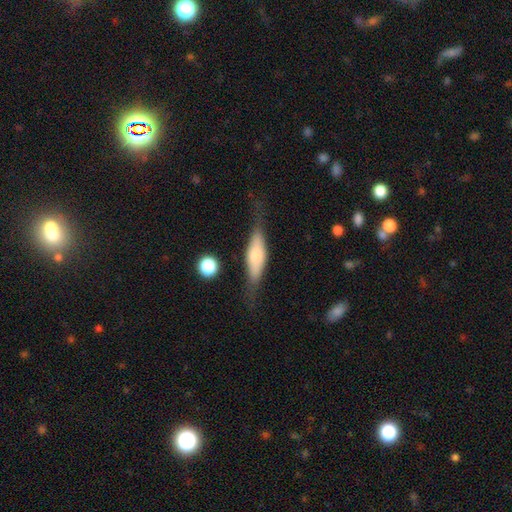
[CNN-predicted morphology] smooth 50%, featured or disk 44%, star or artifact 6%. Down the decision tree: merging — none (68%).